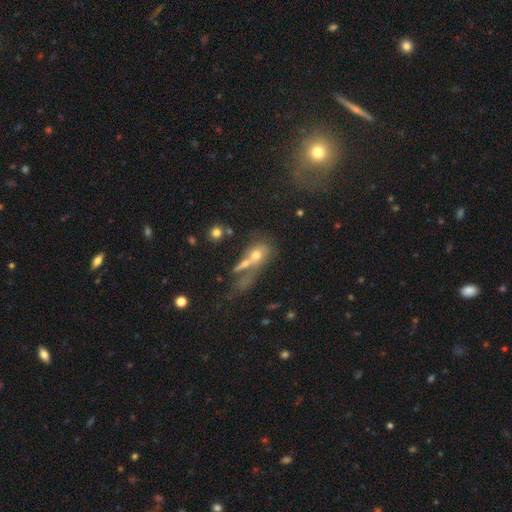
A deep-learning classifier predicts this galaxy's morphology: Smooth or featured: smooth — 50% (featured or disk — 32%)
How rounded: in between — 56% (round — 27%)
Merging: merger — 42% (none — 29%)